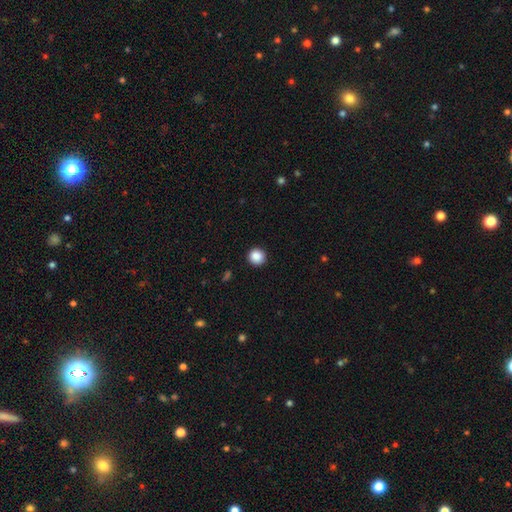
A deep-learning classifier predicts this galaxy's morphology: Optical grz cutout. It shows a smooth galaxy with no disk features (88%) that is round (94%). Merging: none (93%).